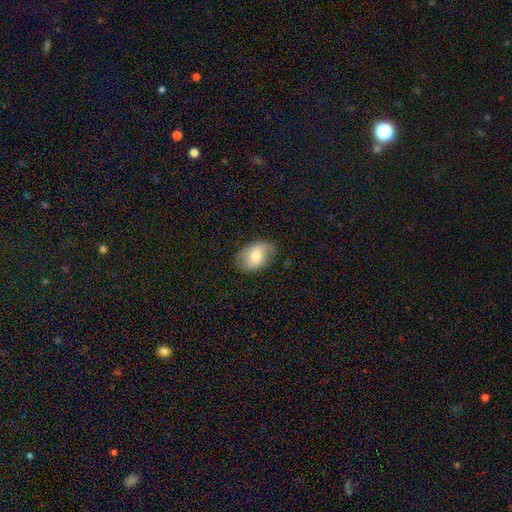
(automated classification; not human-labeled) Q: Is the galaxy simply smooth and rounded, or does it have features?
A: smooth — 59%.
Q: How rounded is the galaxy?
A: in between — 83%.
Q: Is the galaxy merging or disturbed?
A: none — 74%.